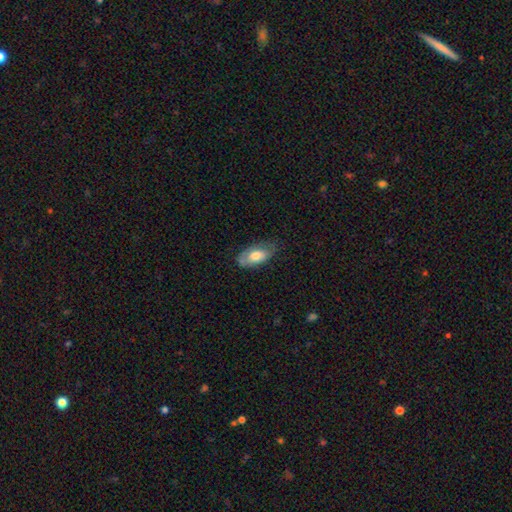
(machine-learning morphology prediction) The model was most divided on "smooth or featured": smooth: 59%, featured or disk: 35%, star or artifact: 6%. More confident: how rounded — in between (92%); merging — none (62%).